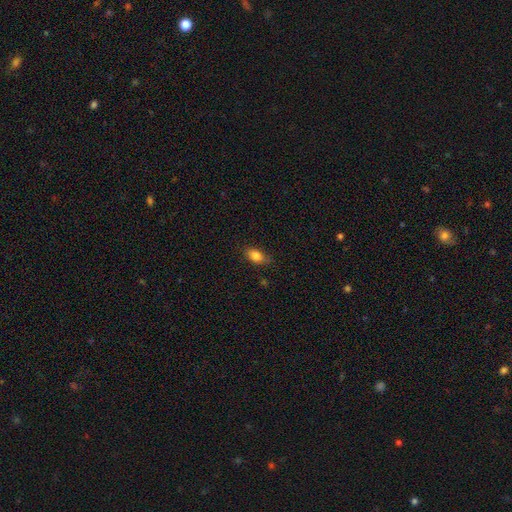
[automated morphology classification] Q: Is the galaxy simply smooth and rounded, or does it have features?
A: smooth — 83%.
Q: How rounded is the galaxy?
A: in between — 86%.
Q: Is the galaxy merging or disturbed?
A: none — 79%.